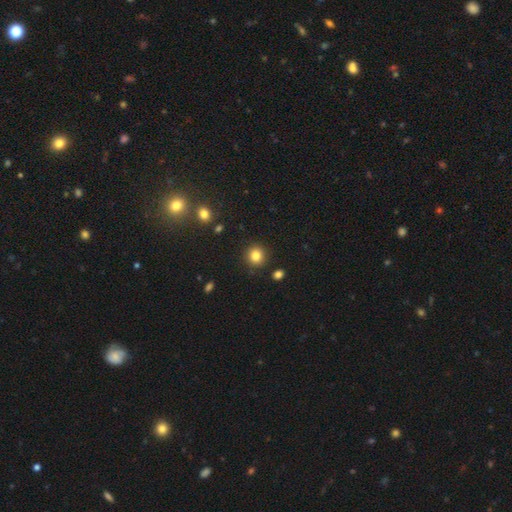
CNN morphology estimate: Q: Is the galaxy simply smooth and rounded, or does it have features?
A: smooth — 84%.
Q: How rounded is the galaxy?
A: round — 88%.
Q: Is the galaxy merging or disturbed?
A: none — 90%.